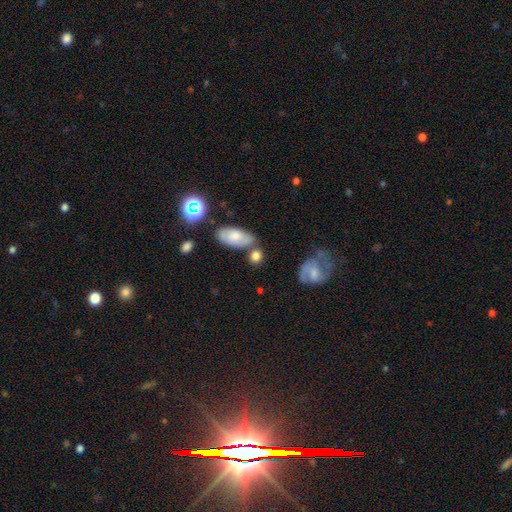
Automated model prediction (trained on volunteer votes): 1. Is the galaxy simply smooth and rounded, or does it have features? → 76% smooth, 15% featured or disk, 9% star or artifact.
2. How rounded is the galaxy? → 55% in between, 40% round, 5% cigar-shaped.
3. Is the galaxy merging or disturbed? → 59% none, 19% merger, 16% minor disturbance, 6% major disturbance.